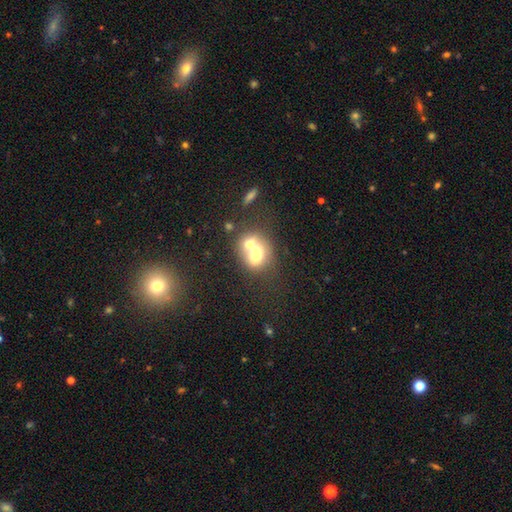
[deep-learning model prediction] Smooth or featured: smooth — 59% (featured or disk — 30%)
How rounded: round — 65% (in between — 34%)
Merging: merger — 67% (none — 23%)